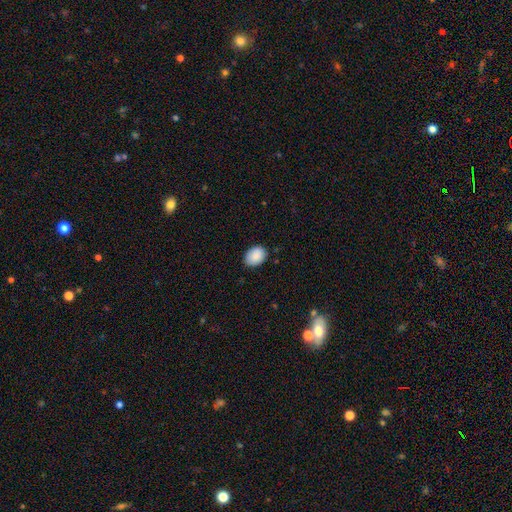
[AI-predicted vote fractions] Smooth or featured? smooth (89%)
How rounded? in between (70%)
Merging? none (82%)